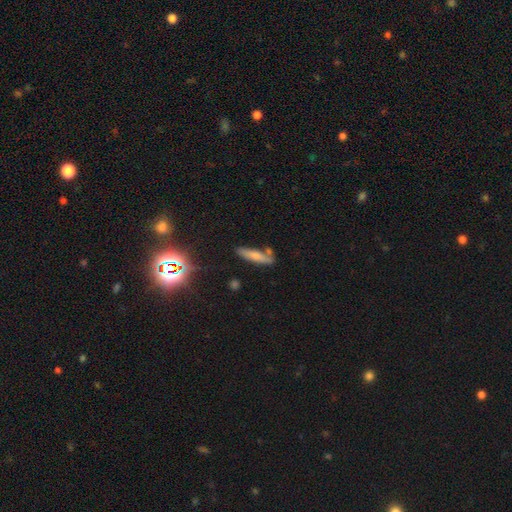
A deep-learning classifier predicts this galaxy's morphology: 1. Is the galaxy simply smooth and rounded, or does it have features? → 67% smooth, 23% featured or disk, 10% star or artifact.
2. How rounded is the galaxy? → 80% cigar-shaped, 18% in between, 2% round.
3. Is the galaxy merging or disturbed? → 71% none, 15% minor disturbance, 10% merger, 4% major disturbance.